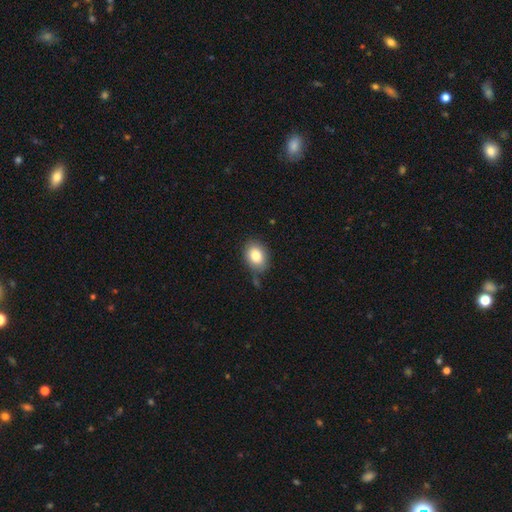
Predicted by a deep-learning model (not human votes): This appears to be a smooth galaxy with no disk features (84%) that is in between round and cigar-shaped (72%). Merging: none (75%).